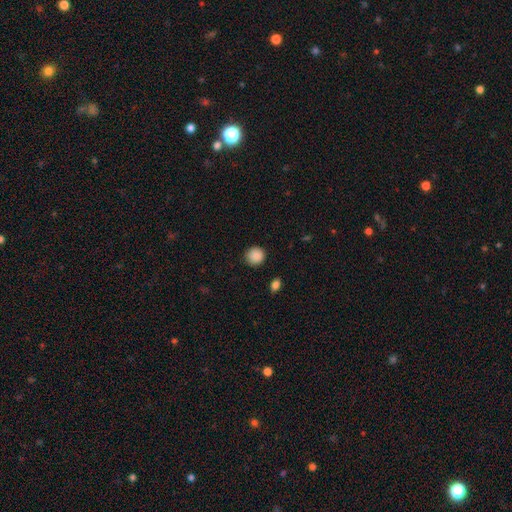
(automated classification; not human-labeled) A smooth galaxy with no disk features (89%) that is round (92%). Merging: none (89%).